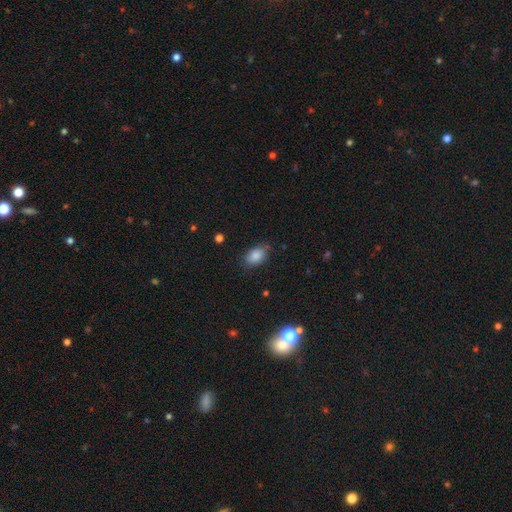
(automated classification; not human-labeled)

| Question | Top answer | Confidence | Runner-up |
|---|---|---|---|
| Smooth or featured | smooth | 84% | star or artifact (9%) |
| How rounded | in between | 84% | round (14%) |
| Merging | none | 71% | minor disturbance (22%) |